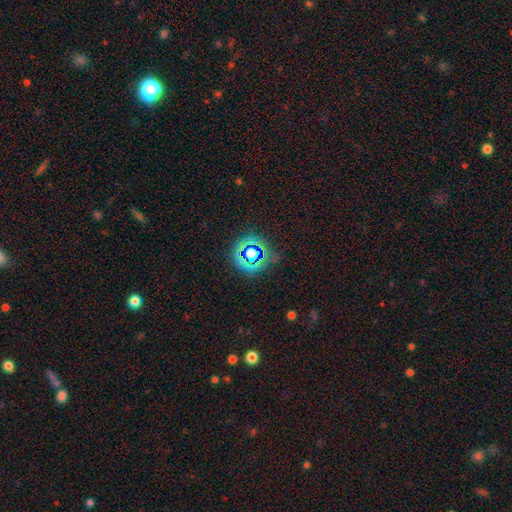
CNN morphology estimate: Smooth or featured? Predicted: star or artifact (p=0.77).